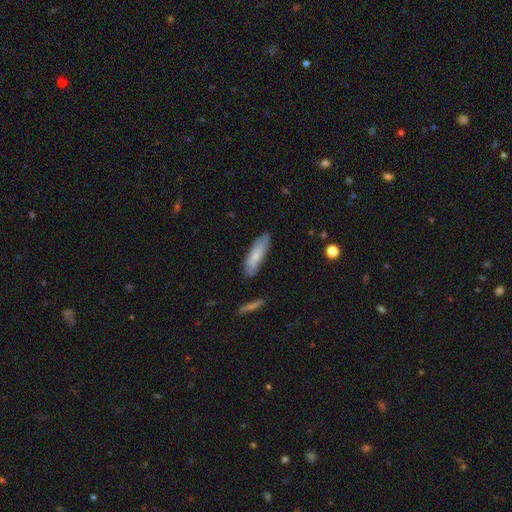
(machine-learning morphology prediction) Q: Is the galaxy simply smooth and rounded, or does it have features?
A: smooth — 74%.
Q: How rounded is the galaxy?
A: cigar-shaped — 58%.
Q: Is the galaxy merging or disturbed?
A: none — 78%.